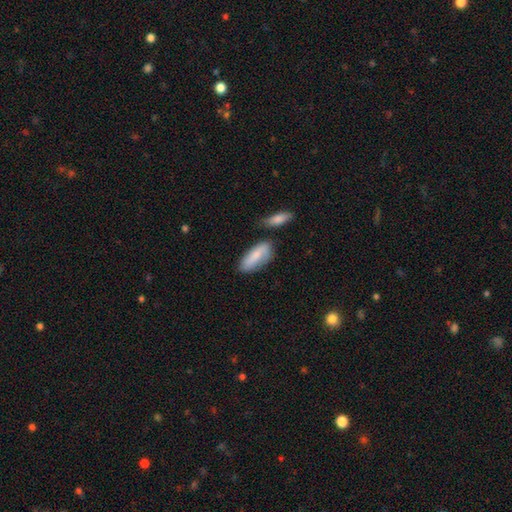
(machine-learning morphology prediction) Smooth or featured? smooth (75%)
How rounded? in between (77%)
Merging? none (61%)